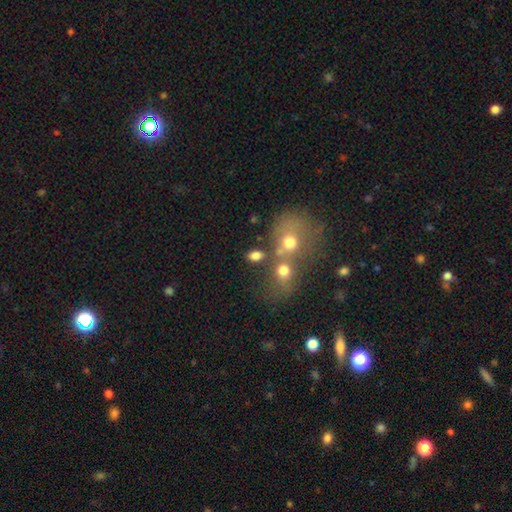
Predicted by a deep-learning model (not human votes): Morphology: type=smooth (75%); roundness=in between (64%); merging=none (49%).